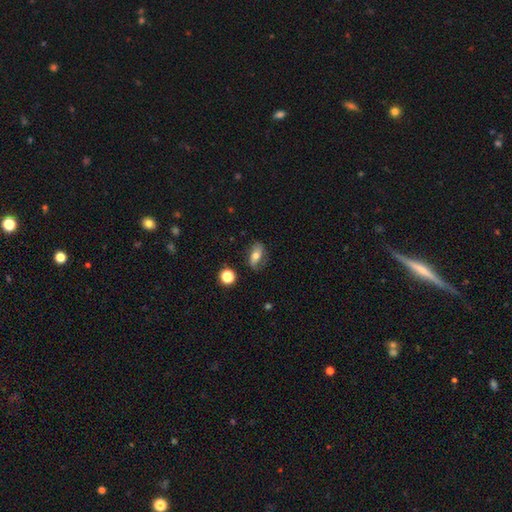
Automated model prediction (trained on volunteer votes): smooth_or_featured: smooth (p=0.48) [alt: featured or disk p=0.42]
merging: none (p=0.68) [alt: minor disturbance p=0.21]